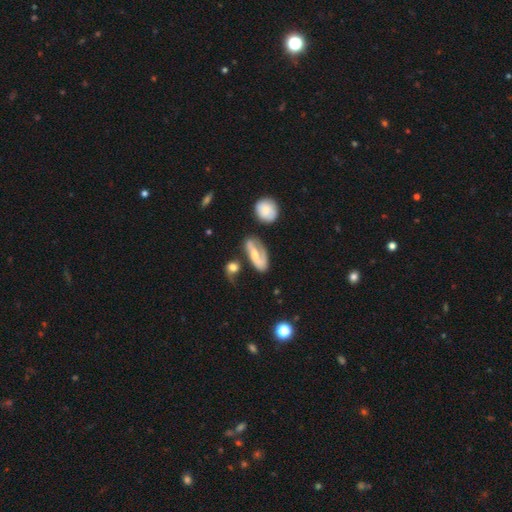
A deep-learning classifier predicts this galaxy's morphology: Smooth or featured: featured or disk — 65% (smooth — 28%)
Edge-on disk: no — 92% (yes — 8%)
Bar: weak — 38% (no — 36%)
Spiral arms: yes — 84% (no — 16%)
Spiral winding: medium — 39% (loose — 36%)
Spiral arm count: 2 — 68% (1 — 19%)
Bulge size: moderate — 44% (small — 38%)
Merging: none — 49% (minor disturbance — 23%)